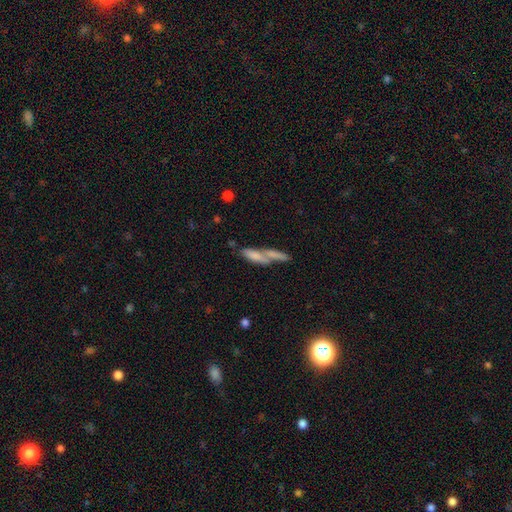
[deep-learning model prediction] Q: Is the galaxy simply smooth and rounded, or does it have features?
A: smooth — 70%.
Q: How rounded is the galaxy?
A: cigar-shaped — 62%.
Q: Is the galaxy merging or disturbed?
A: merger — 56%.